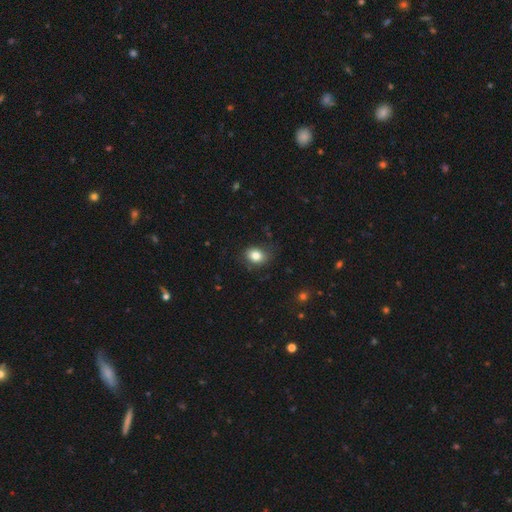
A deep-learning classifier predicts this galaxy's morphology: This is clearly a smooth galaxy (82%). How rounded: possibly in between (60%). Merging: likely none (77%).